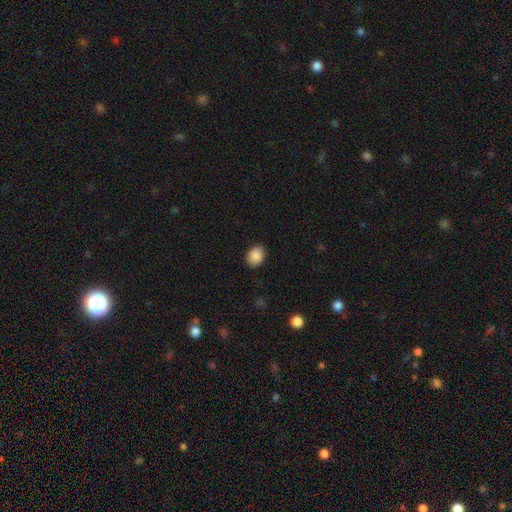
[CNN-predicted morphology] smooth 89%, star or artifact 8%, featured or disk 3%. Down the decision tree: how rounded — in between (62%); merging — none (89%).